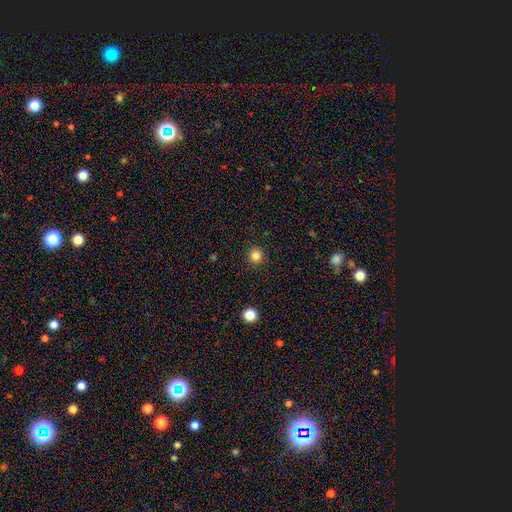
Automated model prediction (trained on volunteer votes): Smooth or featured? smooth (83%)
How rounded? round (96%)
Merging? none (92%)